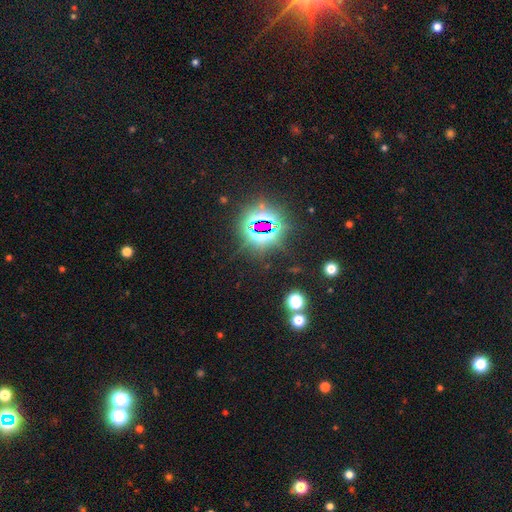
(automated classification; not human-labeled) Morphology: type=star or artifact (83%).